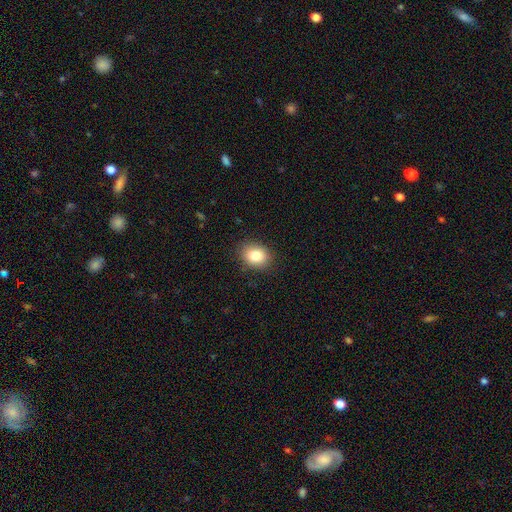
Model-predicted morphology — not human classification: A smooth galaxy with no disk features (83%) that is in between round and cigar-shaped (54%).

Vote fractions:
- Smooth or featured? smooth: 83% / star or artifact: 10% / featured or disk: 8%
- How rounded? in between: 54% / round: 45% / cigar-shaped: 1%
- Merging? none: 87% / minor disturbance: 10% / major disturbance: 3% / merger: 1%